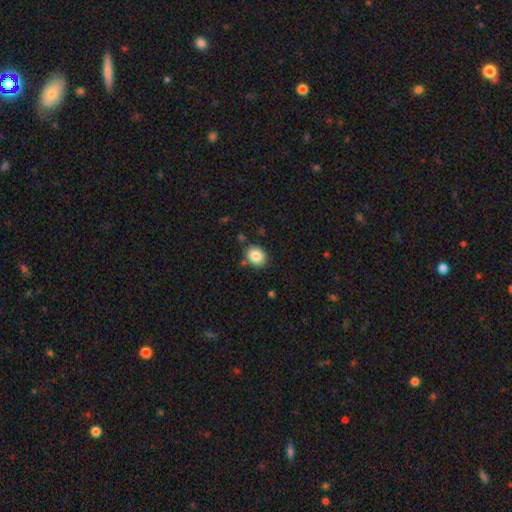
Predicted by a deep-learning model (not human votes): Smooth or featured? Predicted: smooth (p=0.86). How rounded? Predicted: round (p=0.57). Merging? Predicted: none (p=0.83).